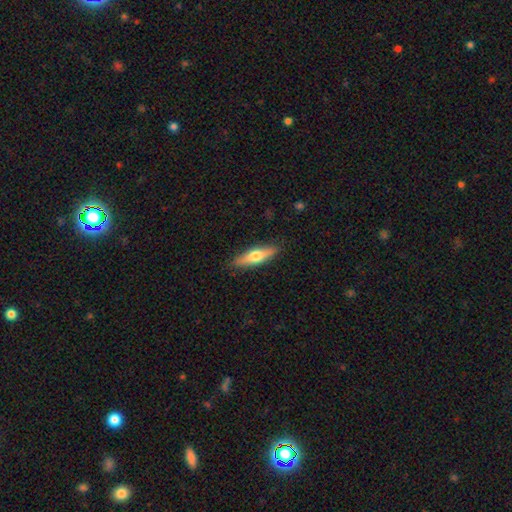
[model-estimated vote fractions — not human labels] A smooth galaxy with no disk features (54%) that is cigar-shaped (64%). Merging: none (88%).